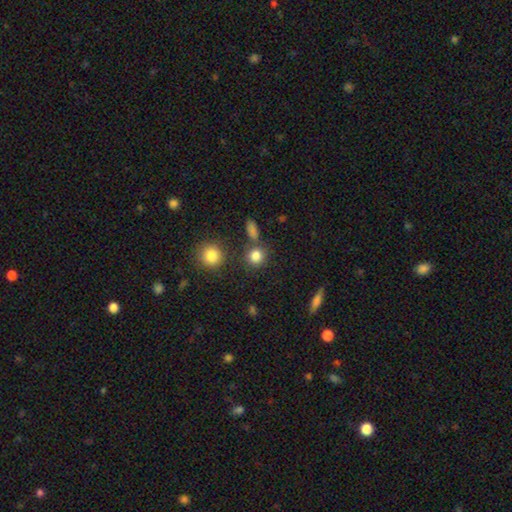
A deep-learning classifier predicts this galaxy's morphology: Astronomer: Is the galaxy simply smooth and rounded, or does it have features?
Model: smooth — 82%.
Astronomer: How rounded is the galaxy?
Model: round — 87%.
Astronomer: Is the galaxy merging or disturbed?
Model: none — 75%.